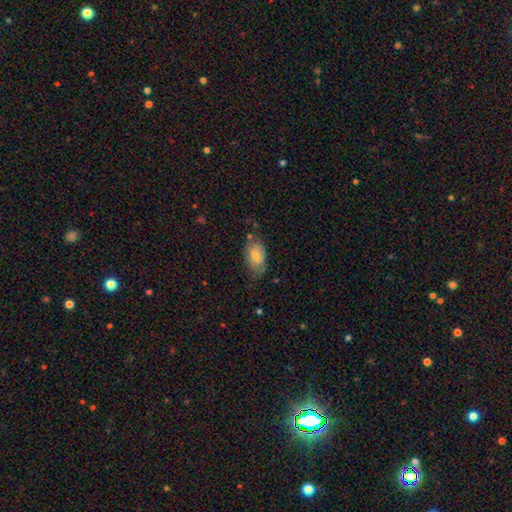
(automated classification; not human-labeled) smooth_or_featured: smooth (p=0.66) [alt: featured or disk p=0.25]
how_rounded: in between (p=0.91) [alt: round p=0.06]
merging: none (p=0.62) [alt: minor disturbance p=0.27]